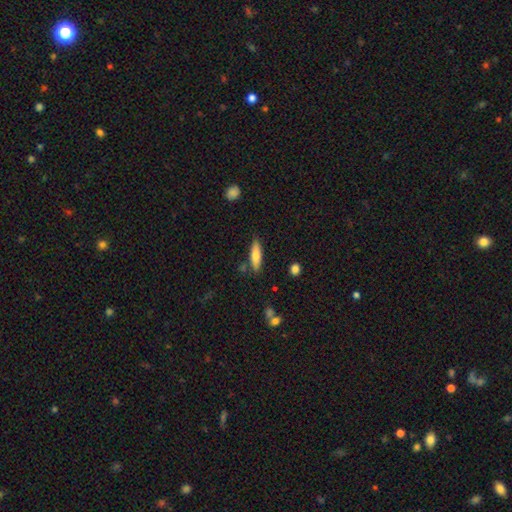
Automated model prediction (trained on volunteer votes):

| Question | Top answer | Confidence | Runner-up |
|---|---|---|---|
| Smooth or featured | smooth | 75% | featured or disk (19%) |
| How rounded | cigar-shaped | 65% | in between (33%) |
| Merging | none | 81% | minor disturbance (12%) |